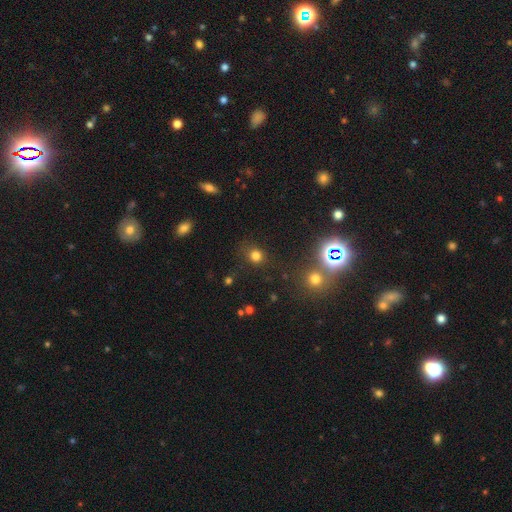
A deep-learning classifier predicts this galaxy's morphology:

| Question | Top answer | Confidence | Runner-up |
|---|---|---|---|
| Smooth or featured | smooth | 75% | star or artifact (19%) |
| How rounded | round | 79% | in between (20%) |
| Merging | none | 78% | minor disturbance (12%) |